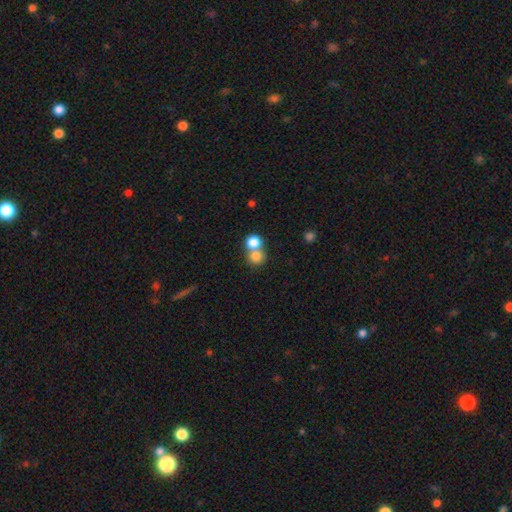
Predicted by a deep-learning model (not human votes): Smooth or featured? smooth (79%)
How rounded? round (86%)
Merging? merger (52%)